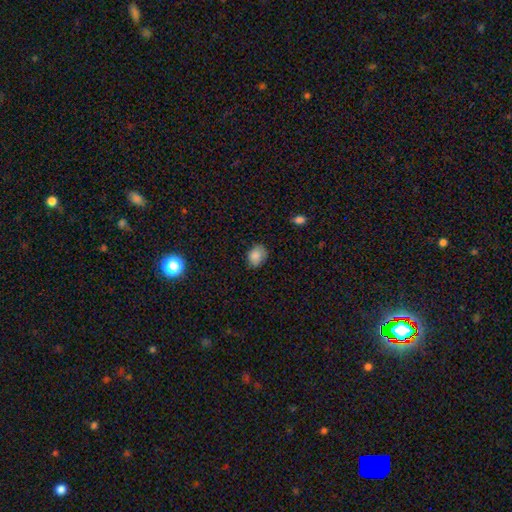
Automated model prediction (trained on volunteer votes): Smooth or featured? Predicted: smooth (p=0.86). How rounded? Predicted: in between (p=0.60). Merging? Predicted: none (p=0.74).